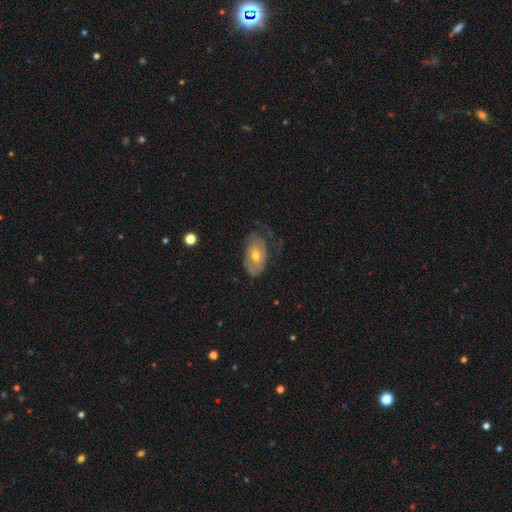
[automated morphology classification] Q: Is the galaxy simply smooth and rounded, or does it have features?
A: featured or disk — 55%.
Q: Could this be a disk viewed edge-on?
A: no — 91%.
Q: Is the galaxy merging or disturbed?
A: none — 43%.